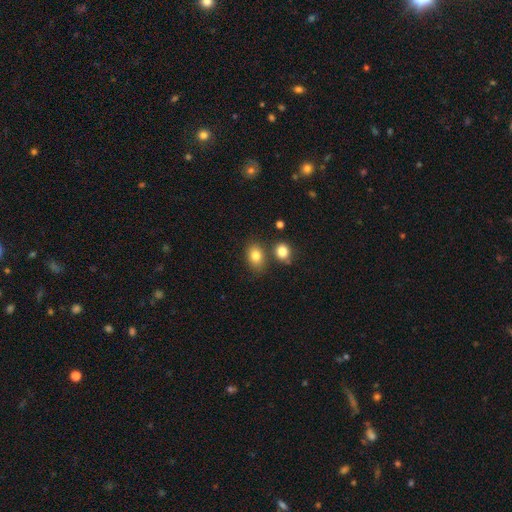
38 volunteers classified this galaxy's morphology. type=smooth (95%); roundness=in between (67%); merging=none (86%).